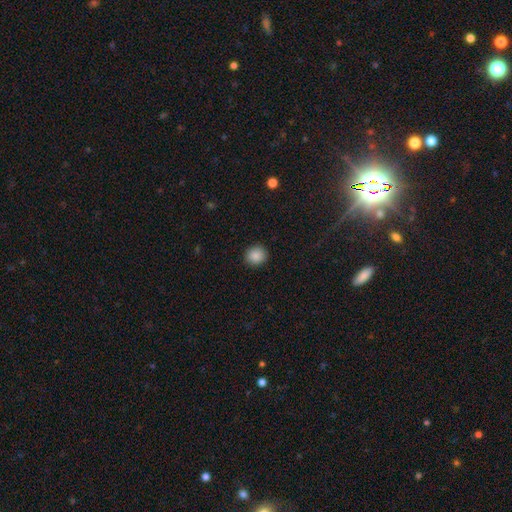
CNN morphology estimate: Q: Smooth or featured?
A: smooth (88%); runner-up: star or artifact (9%)
Q: How rounded?
A: round (84%); runner-up: in between (15%)
Q: Merging?
A: none (91%); runner-up: minor disturbance (6%)